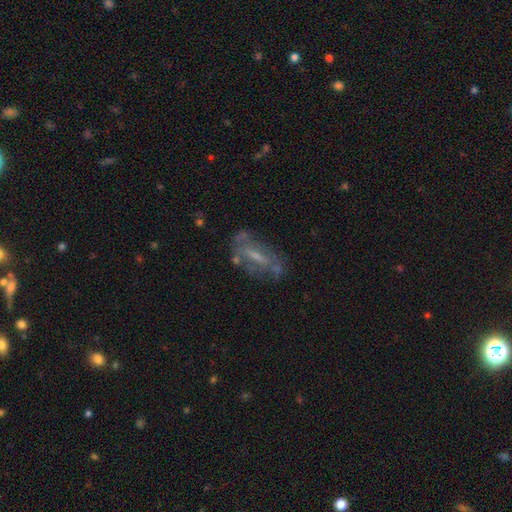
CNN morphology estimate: smooth_or_featured: featured or disk (p=0.61) [alt: smooth p=0.29]
disk_edge_on: no (p=0.81) [alt: yes p=0.19]
merging: none (p=0.57) [alt: minor disturbance p=0.21]